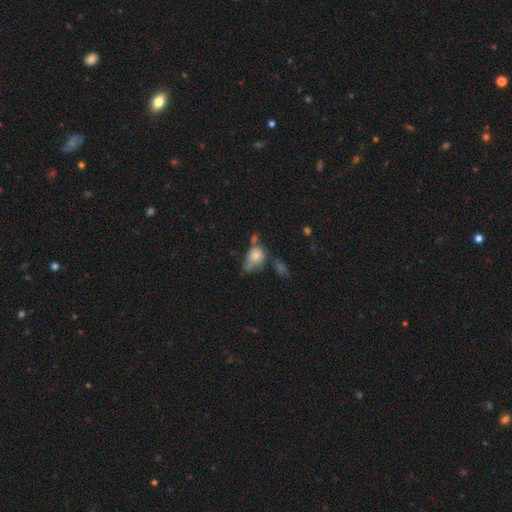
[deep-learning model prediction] smooth-or-featured: smooth: 70% | featured or disk: 21% | star or artifact: 10%
  how-rounded: in between: 62% | round: 36% | cigar-shaped: 2%
  merging: merger: 29% | none: 26% | minor disturbance: 25% | major disturbance: 20%